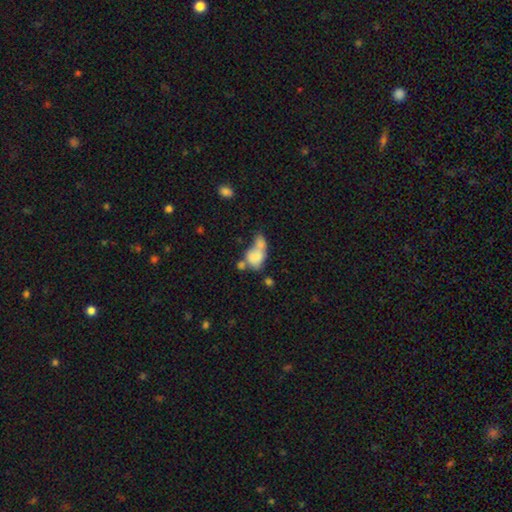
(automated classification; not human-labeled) smooth-or-featured: smooth: 69% | featured or disk: 21% | star or artifact: 9%
  how-rounded: in between: 75% | round: 21% | cigar-shaped: 4%
  merging: merger: 61% | none: 16% | major disturbance: 12% | minor disturbance: 11%